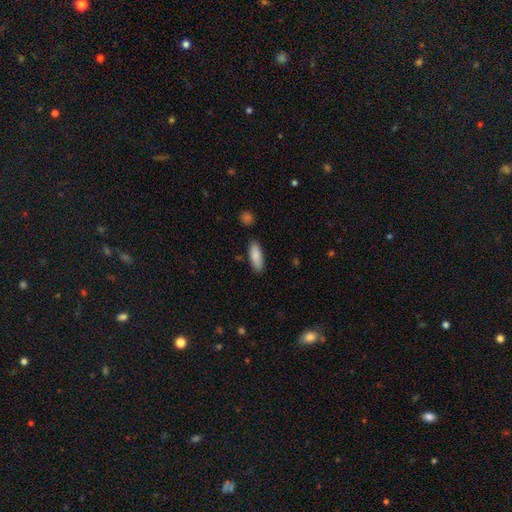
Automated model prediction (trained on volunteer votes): Smooth or featured: smooth — 87% (featured or disk — 8%)
How rounded: in between — 67% (cigar-shaped — 31%)
Merging: none — 85% (minor disturbance — 11%)